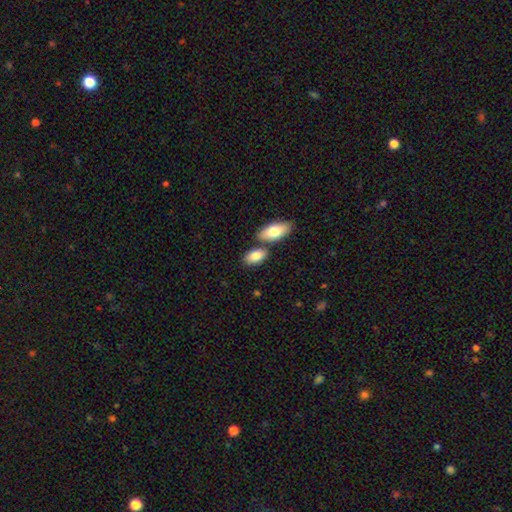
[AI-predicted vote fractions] Morphology: type=smooth (83%); roundness=in between (91%); merging=none (60%).